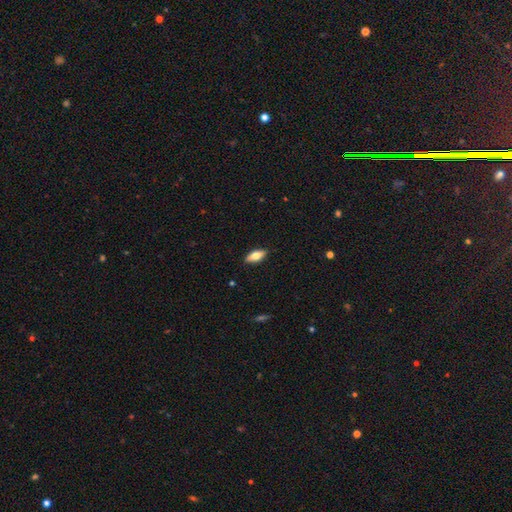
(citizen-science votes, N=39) Overall: featured or disk (49%; smooth 46%). Edge-on disk: yes (68%; no 32%). Edge-on bulge: rounded (100%). Merging: none (84%).